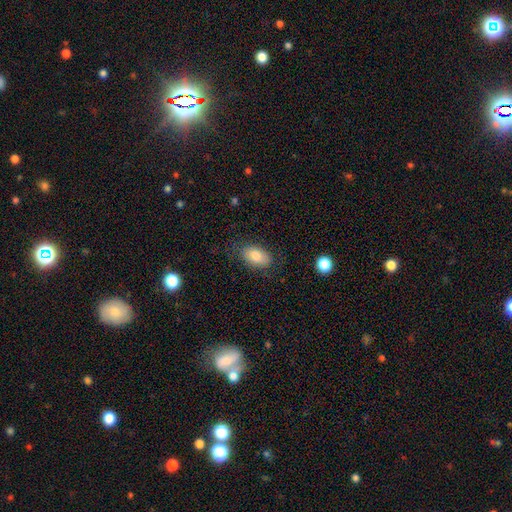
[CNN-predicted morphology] Q: Smooth or featured?
A: smooth (80%); runner-up: featured or disk (12%)
Q: How rounded?
A: in between (90%); runner-up: round (8%)
Q: Merging?
A: none (79%); runner-up: minor disturbance (15%)